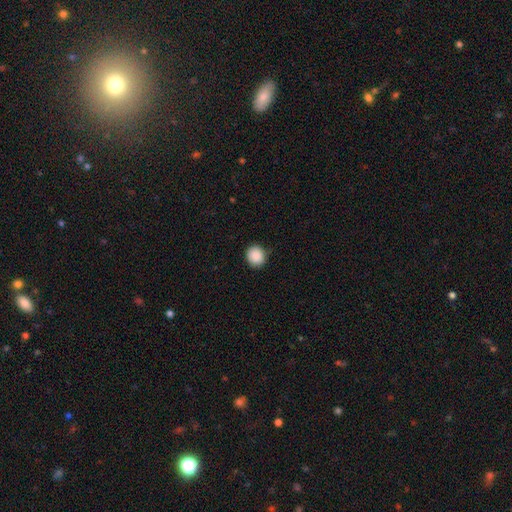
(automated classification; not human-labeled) Overall: smooth (89%). How rounded: round (87%). Merging: none (87%).